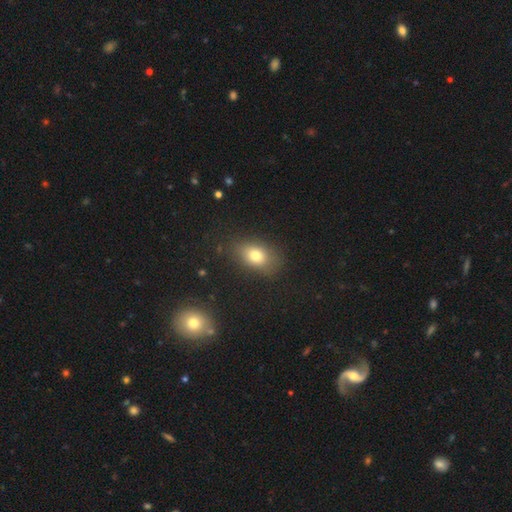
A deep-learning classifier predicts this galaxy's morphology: smooth 76%, star or artifact 12%, featured or disk 12%. Down the decision tree: how rounded — in between (75%); merging — none (77%).